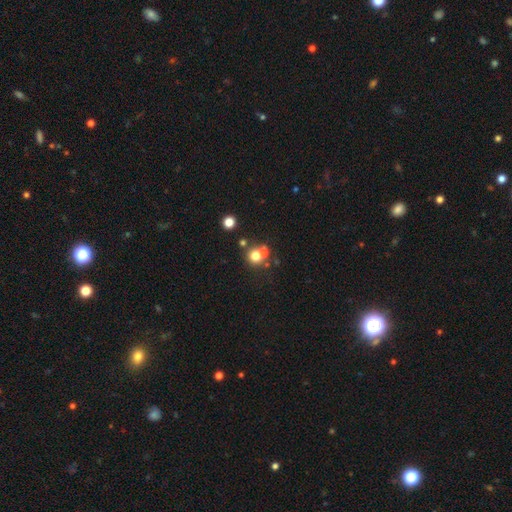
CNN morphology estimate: smooth 69%, featured or disk 16%, star or artifact 15%. Down the decision tree: how rounded — round (86%); merging — none (48%).